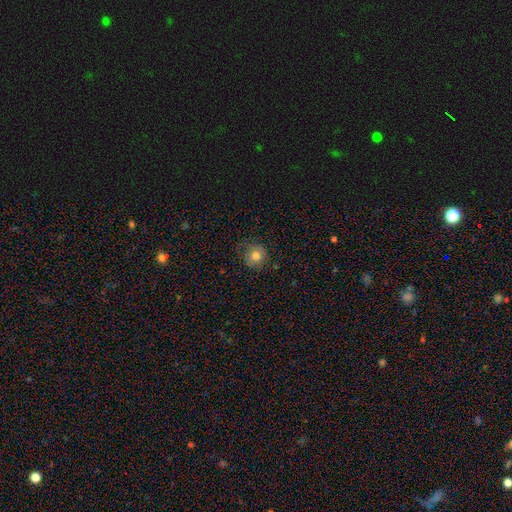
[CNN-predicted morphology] smooth_or_featured: smooth (p=0.76) [alt: featured or disk p=0.14]
how_rounded: round (p=0.89) [alt: in between p=0.10]
merging: none (p=0.74) [alt: minor disturbance p=0.18]